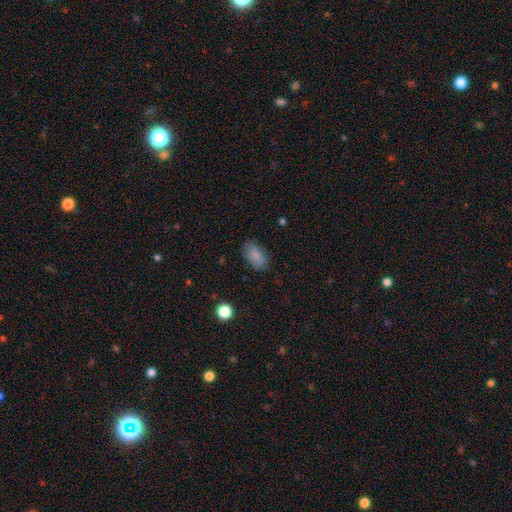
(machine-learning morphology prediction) Smooth or featured: smooth — 86% (star or artifact — 8%)
How rounded: in between — 92% (round — 5%)
Merging: none — 82% (minor disturbance — 14%)